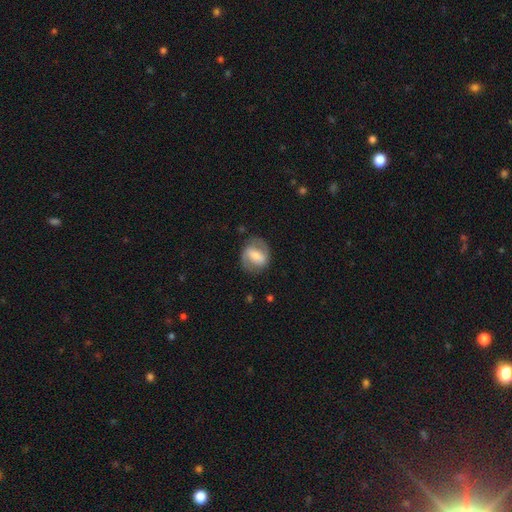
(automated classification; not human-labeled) Smooth or featured? featured or disk (57%)
Edge-on disk? no (95%)
Bar? strong (50%)
Spiral arms? yes (70%)
Bulge size? moderate (42%)
Merging? none (73%)